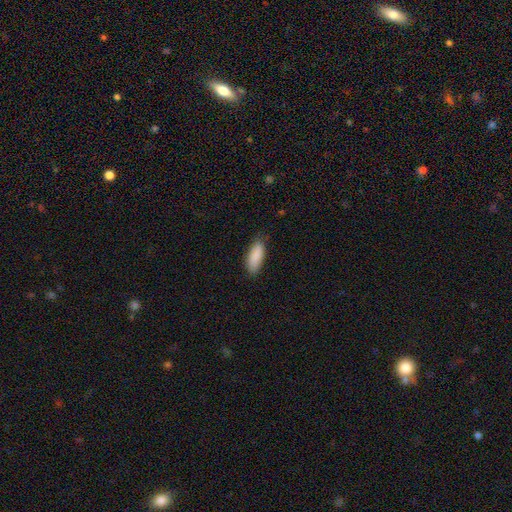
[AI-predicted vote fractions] Smooth or featured? smooth (89%)
How rounded? in between (69%)
Merging? none (78%)